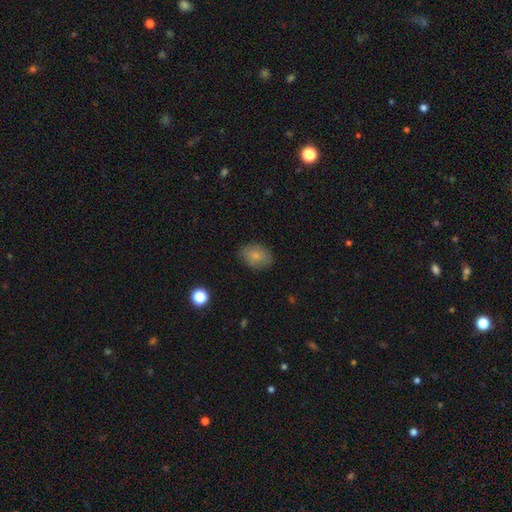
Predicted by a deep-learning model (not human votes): A smooth galaxy with no disk features (81%) that is in between round and cigar-shaped (73%). Merging: none (80%).